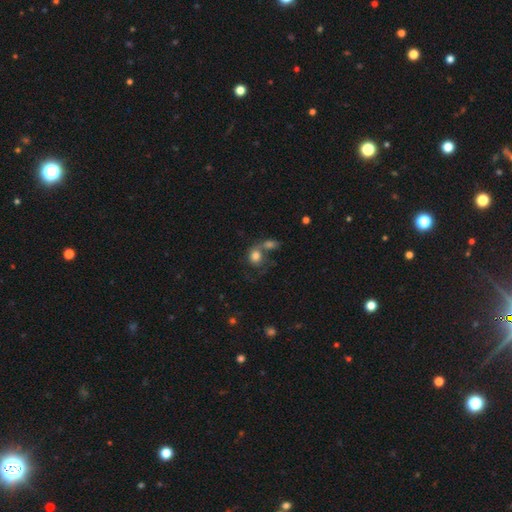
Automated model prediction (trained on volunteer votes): This is likely a smooth galaxy (74%). How rounded: likely round (65%). Merging: possibly merger (48%).